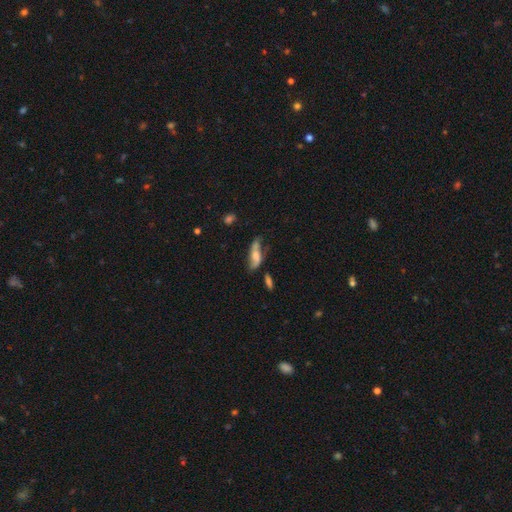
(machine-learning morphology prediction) type=featured or disk (54%); edge-on=no (81%); merging=none (45%).